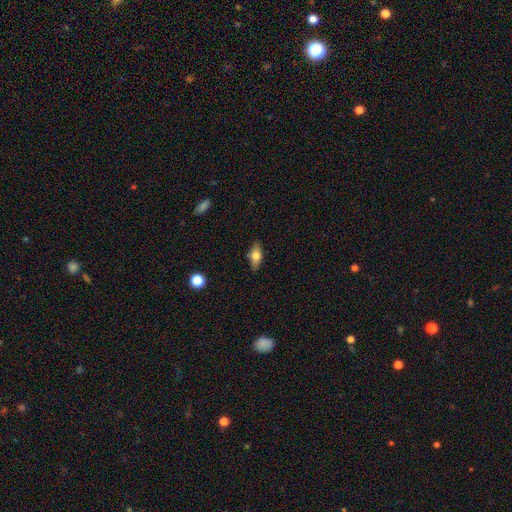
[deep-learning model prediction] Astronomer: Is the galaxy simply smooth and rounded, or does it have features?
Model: smooth — 63%.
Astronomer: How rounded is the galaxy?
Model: in between — 73%.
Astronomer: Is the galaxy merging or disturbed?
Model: none — 82%.